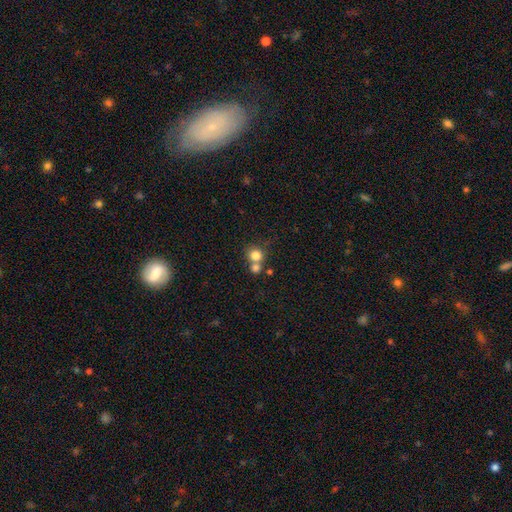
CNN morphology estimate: Overall: smooth (79%). How rounded: round (87%). Merging: none (47%; merger 43%).